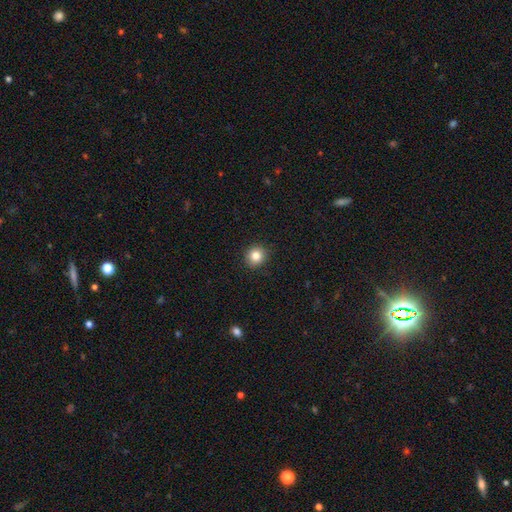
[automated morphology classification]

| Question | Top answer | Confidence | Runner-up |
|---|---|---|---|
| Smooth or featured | smooth | 83% | star or artifact (11%) |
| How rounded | round | 88% | in between (11%) |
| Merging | none | 91% | minor disturbance (6%) |